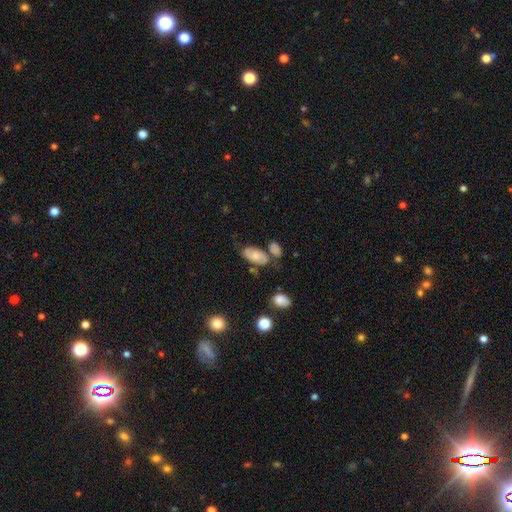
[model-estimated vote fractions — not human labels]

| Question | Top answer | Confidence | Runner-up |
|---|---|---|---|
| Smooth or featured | smooth | 50% | featured or disk (41%) |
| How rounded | in between | 91% | round (5%) |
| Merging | none | 53% | minor disturbance (22%) |